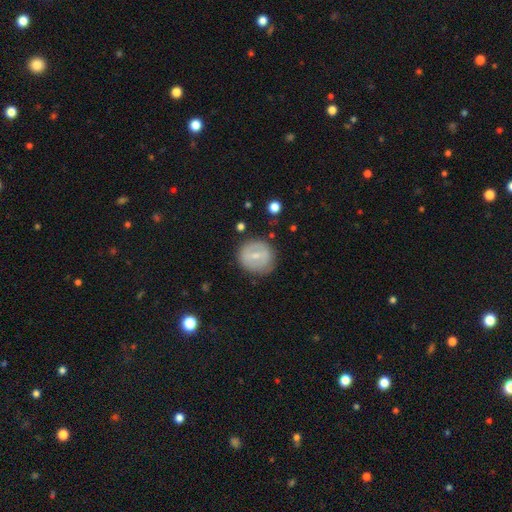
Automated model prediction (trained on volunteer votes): smooth 47%, featured or disk 45%, star or artifact 8%. Down the decision tree: merging — none (80%).